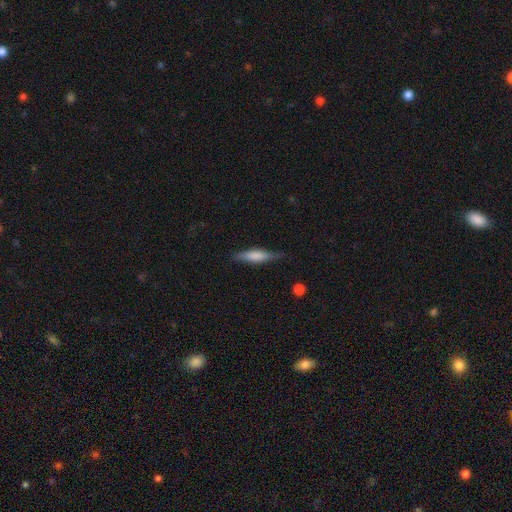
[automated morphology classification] This is likely a smooth galaxy (67%). How rounded: likely cigar-shaped (74%). Merging: likely none (77%).